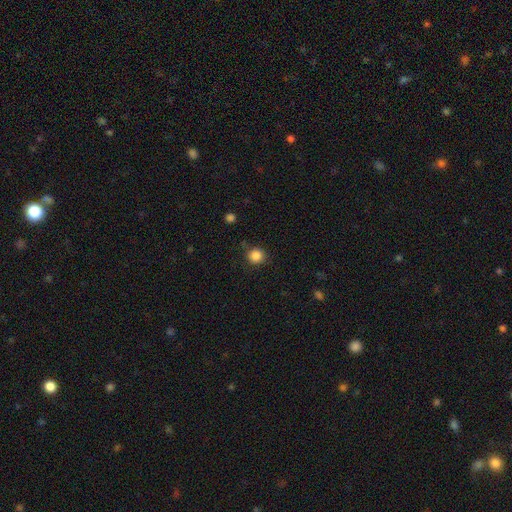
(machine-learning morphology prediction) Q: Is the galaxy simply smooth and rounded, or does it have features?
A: smooth — 85%.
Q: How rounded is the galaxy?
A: round — 93%.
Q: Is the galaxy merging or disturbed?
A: none — 86%.